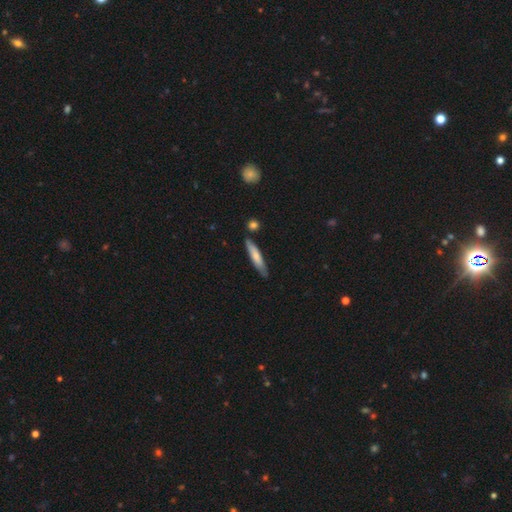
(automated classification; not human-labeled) Q: Smooth or featured?
A: smooth (66%); runner-up: featured or disk (28%)
Q: How rounded?
A: cigar-shaped (87%); runner-up: in between (11%)
Q: Merging?
A: none (79%); runner-up: minor disturbance (14%)